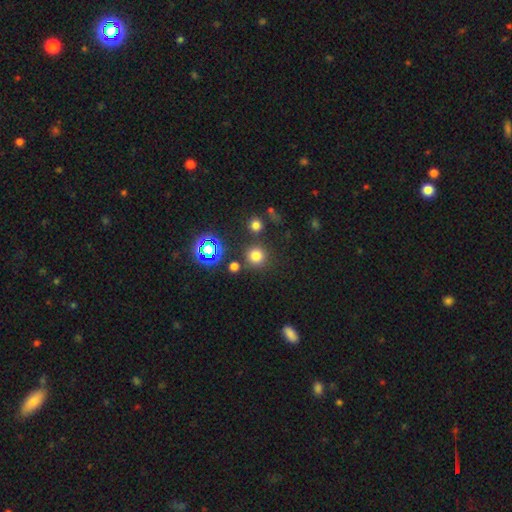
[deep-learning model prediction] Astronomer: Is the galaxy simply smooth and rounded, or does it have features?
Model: smooth — 69%.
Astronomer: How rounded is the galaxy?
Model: round — 93%.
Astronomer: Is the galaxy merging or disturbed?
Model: none — 81%.